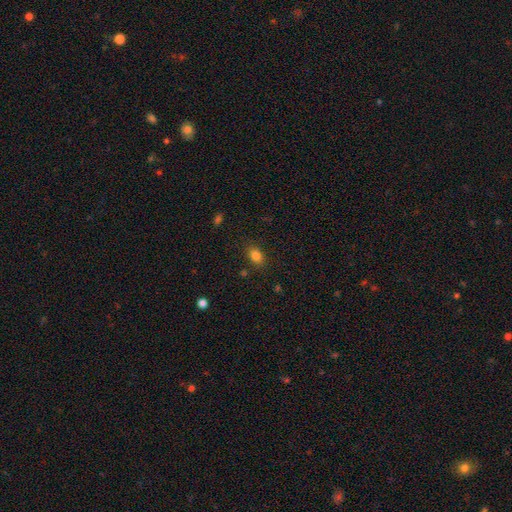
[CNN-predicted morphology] Smooth or featured? smooth (82%)
How rounded? in between (78%)
Merging? none (82%)